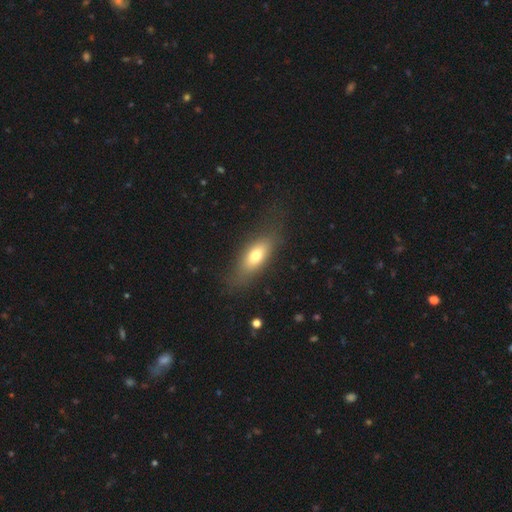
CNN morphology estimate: smooth-or-featured: smooth: 70% | featured or disk: 22% | star or artifact: 8%
  how-rounded: in between: 74% | cigar-shaped: 20% | round: 5%
  merging: none: 74% | minor disturbance: 17% | major disturbance: 8% | merger: 1%